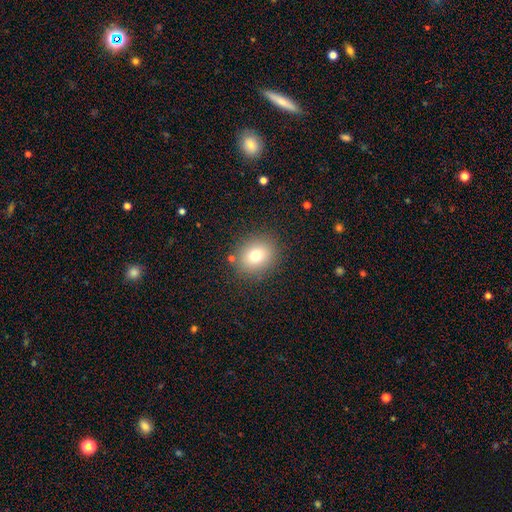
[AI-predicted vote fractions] Q: Smooth or featured?
A: smooth (75%); runner-up: star or artifact (13%)
Q: How rounded?
A: round (68%); runner-up: in between (31%)
Q: Merging?
A: none (85%); runner-up: minor disturbance (9%)